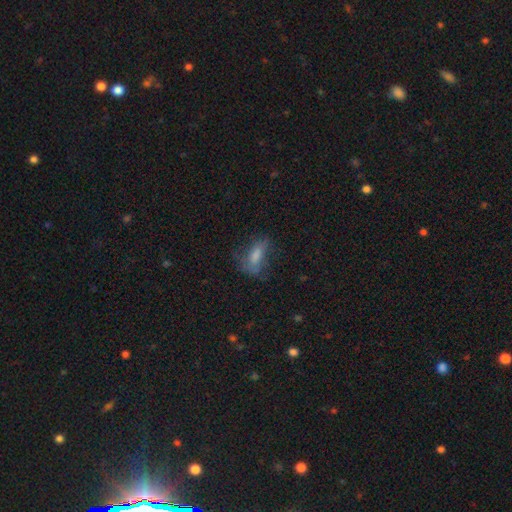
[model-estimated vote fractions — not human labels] smooth-or-featured: smooth: 53% | featured or disk: 32% | star or artifact: 15%
  how-rounded: in between: 73% | cigar-shaped: 21% | round: 7%
  merging: none: 53% | minor disturbance: 25% | major disturbance: 20% | merger: 2%